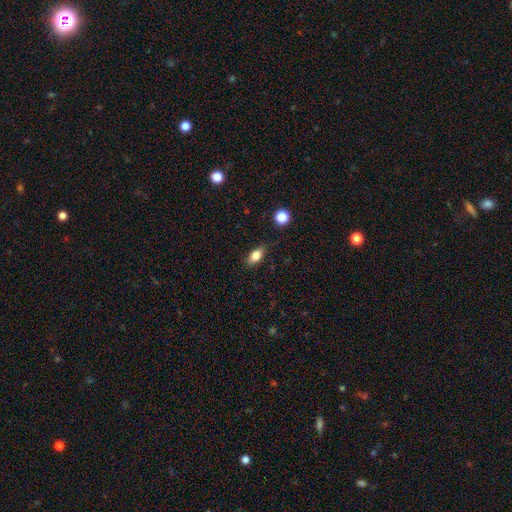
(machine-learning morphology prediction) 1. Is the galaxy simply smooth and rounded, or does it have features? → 80% smooth, 11% featured or disk, 9% star or artifact.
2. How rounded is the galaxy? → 84% in between, 8% round, 8% cigar-shaped.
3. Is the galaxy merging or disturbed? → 83% none, 13% minor disturbance, 3% major disturbance, 1% merger.